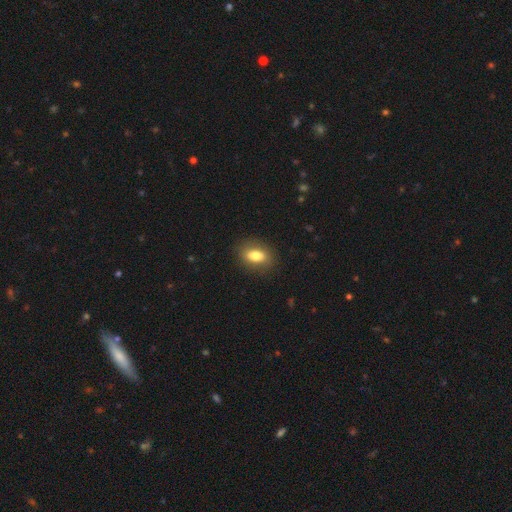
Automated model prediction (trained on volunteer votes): This is likely a smooth galaxy (78%). How rounded: clearly in between (80%). Merging: clearly none (86%).